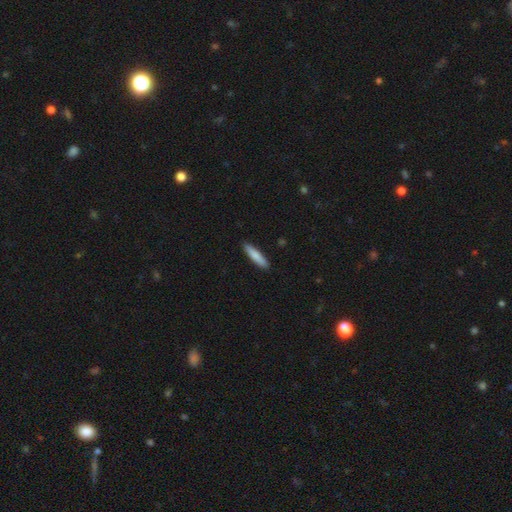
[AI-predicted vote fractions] Smooth or featured? Predicted: smooth (p=0.80). How rounded? Predicted: cigar-shaped (p=0.86). Merging? Predicted: none (p=0.91).